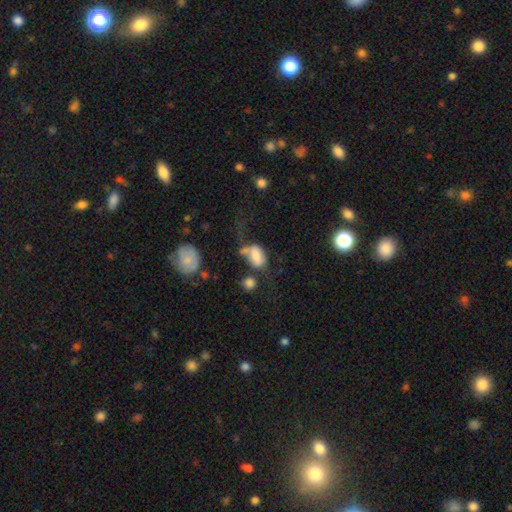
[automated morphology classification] The model was most divided on "merging": major disturbance: 32%, merger: 28%, none: 22%, minor disturbance: 19%. More confident: how rounded — in between (84%); smooth or featured — smooth (71%).